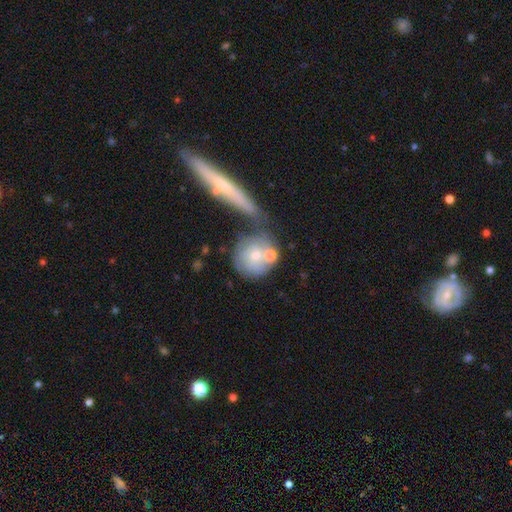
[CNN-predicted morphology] A smooth galaxy with no disk features (51%) that is round (86%).

Vote fractions:
- Smooth or featured? smooth: 51% / featured or disk: 41% / star or artifact: 8%
- How rounded? round: 86% / in between: 12% / cigar-shaped: 2%
- Merging? none: 42% / merger: 35% / minor disturbance: 14% / major disturbance: 8%